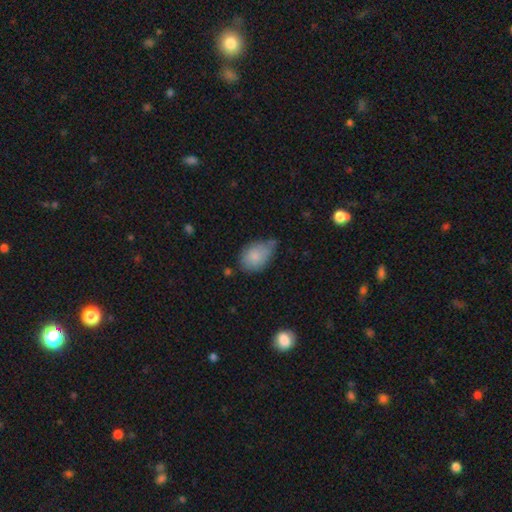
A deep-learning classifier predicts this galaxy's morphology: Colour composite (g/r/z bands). It shows a smooth galaxy with no disk features (83%) that is in between round and cigar-shaped (82%). Merging: none (47%).